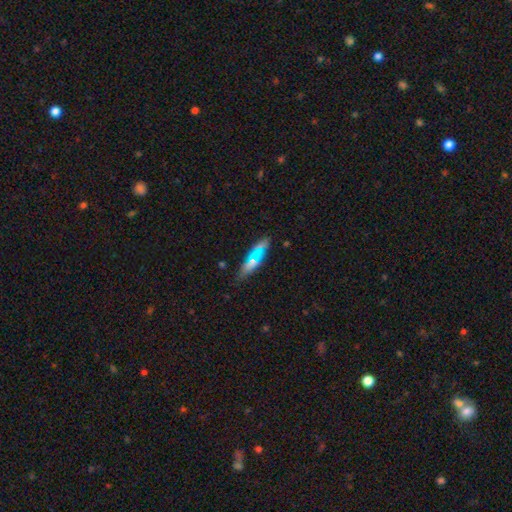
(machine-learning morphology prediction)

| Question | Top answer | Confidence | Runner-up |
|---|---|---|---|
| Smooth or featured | smooth | 49% | featured or disk (40%) |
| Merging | none | 70% | minor disturbance (18%) |